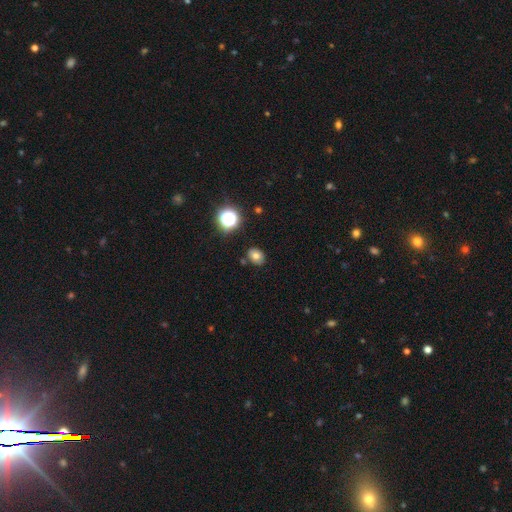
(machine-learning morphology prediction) smooth 71%, star or artifact 16%, featured or disk 13%. Down the decision tree: how rounded — in between (55%); merging — none (82%).